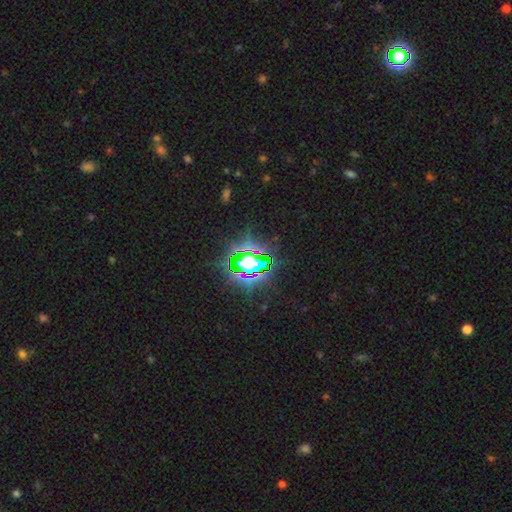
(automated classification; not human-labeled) Q: Smooth or featured?
A: star or artifact (74%); runner-up: smooth (15%)